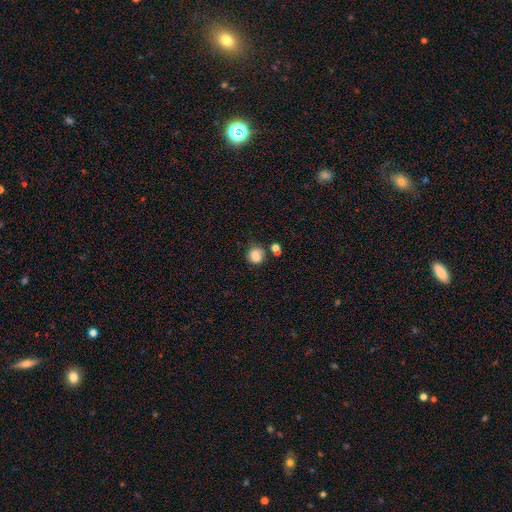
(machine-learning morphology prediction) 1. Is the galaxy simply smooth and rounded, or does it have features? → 83% smooth, 9% star or artifact, 8% featured or disk.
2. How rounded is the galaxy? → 76% round, 23% in between, 1% cigar-shaped.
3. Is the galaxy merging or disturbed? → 63% none, 18% minor disturbance, 14% merger, 6% major disturbance.